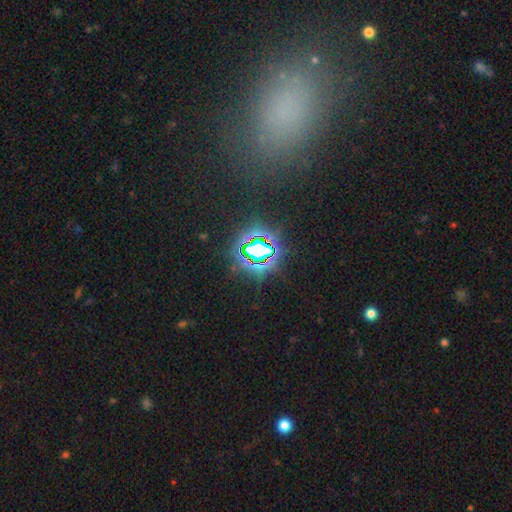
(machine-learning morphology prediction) Smooth or featured?
  - star or artifact: 77% *
  - smooth: 14%
  - featured or disk: 8%